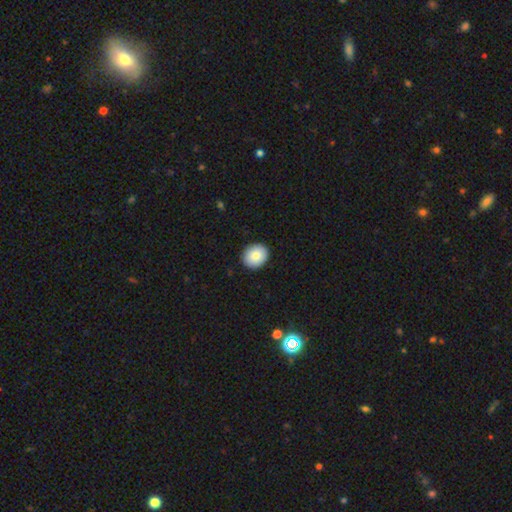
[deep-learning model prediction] Smooth or featured?
  - smooth: 84% *
  - featured or disk: 8%
  - star or artifact: 7%
How rounded?
  - round: 71% *
  - in between: 29%
  - cigar-shaped: 1%
Merging?
  - none: 90% *
  - minor disturbance: 7%
  - major disturbance: 2%
  - merger: 1%